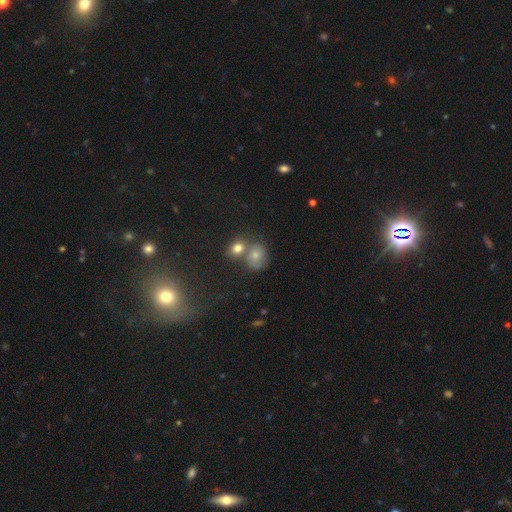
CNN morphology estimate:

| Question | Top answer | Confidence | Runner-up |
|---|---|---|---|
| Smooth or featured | smooth | 66% | featured or disk (19%) |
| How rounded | round | 61% | in between (38%) |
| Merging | none | 43% | merger (39%) |